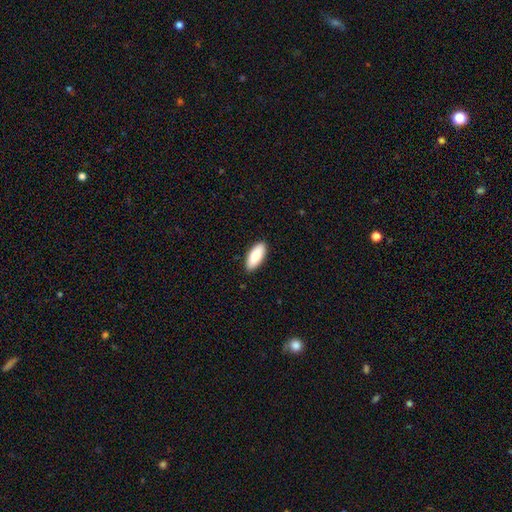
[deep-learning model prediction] This appears to be a smooth galaxy with no disk features (80%) that is in between round and cigar-shaped (84%). Merging: none (90%).